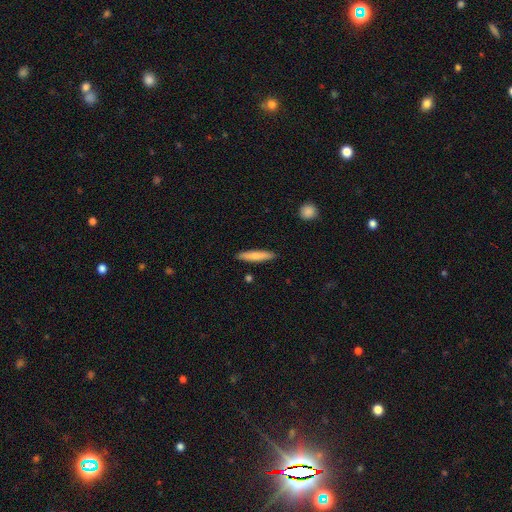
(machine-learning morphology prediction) A smooth galaxy with no disk features (75%) that is cigar-shaped (88%).

Vote fractions:
- Smooth or featured? smooth: 75% / featured or disk: 19% / star or artifact: 6%
- How rounded? cigar-shaped: 88% / in between: 11% / round: 1%
- Merging? none: 90% / minor disturbance: 7% / merger: 2% / major disturbance: 2%